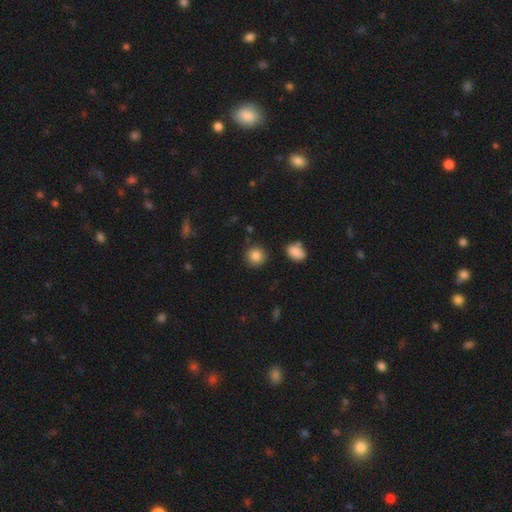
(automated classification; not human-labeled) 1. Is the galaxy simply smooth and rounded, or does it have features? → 86% smooth, 9% star or artifact, 5% featured or disk.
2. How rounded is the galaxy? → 90% round, 9% in between, 1% cigar-shaped.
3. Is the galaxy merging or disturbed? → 88% none, 7% minor disturbance, 3% merger, 2% major disturbance.